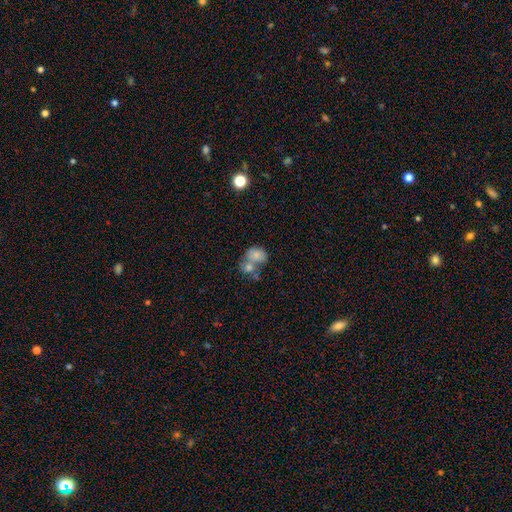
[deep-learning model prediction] Smooth or featured: smooth — 72% (featured or disk — 19%)
How rounded: round — 50% (in between — 49%)
Merging: merger — 60% (none — 23%)